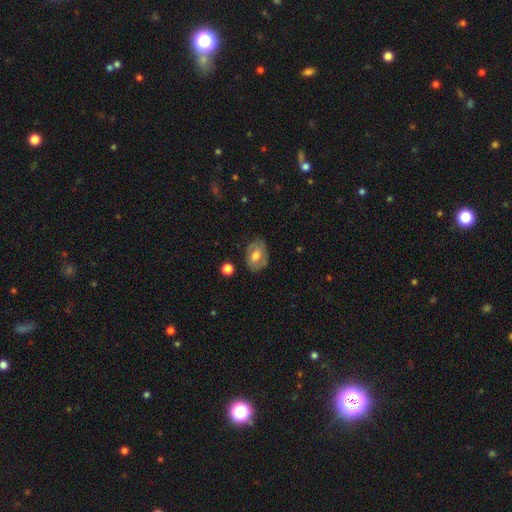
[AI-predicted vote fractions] smooth_or_featured: smooth (p=0.47) [alt: featured or disk p=0.46]
merging: none (p=0.74) [alt: minor disturbance p=0.19]